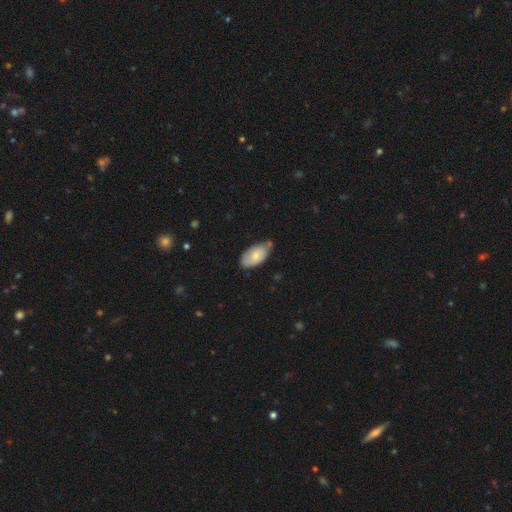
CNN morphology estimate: smooth 76%, featured or disk 18%, star or artifact 6%. Down the decision tree: how rounded — in between (94%); merging — none (60%).